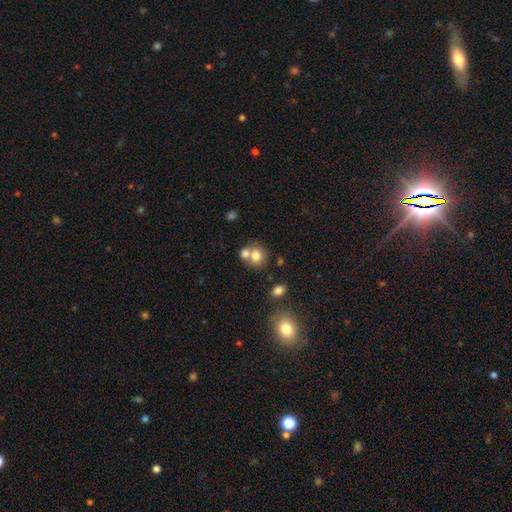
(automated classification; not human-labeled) Smooth or featured? Predicted: smooth (p=0.75). How rounded? Predicted: round (p=0.75). Merging? Predicted: merger (p=0.46).